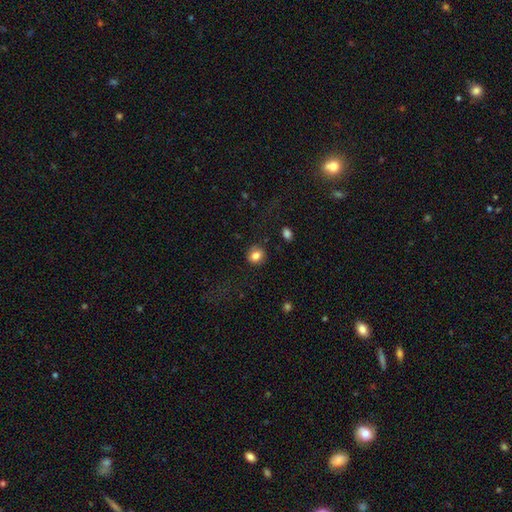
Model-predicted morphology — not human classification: A smooth galaxy with no disk features (84%) that is round (77%). Merging: none (84%).